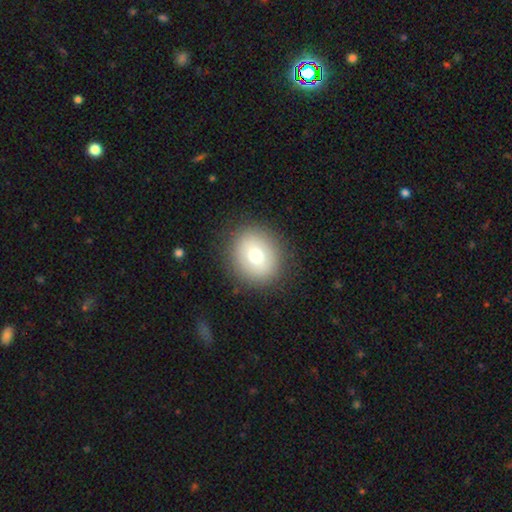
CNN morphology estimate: This appears to be a smooth galaxy with no disk features (73%) that is round (75%). Merging: none (88%).